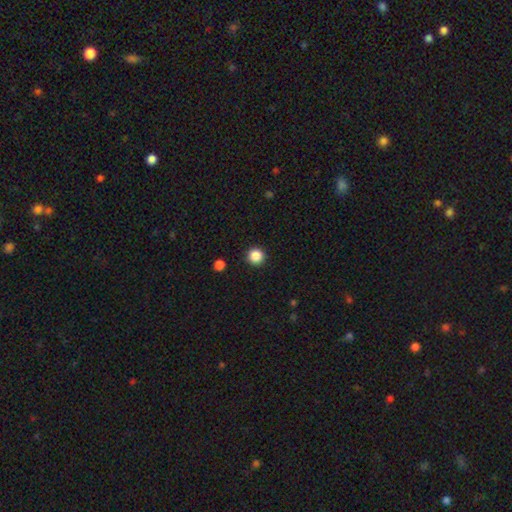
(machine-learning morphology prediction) A smooth galaxy with no disk features (86%) that is round (95%). Merging: none (92%).